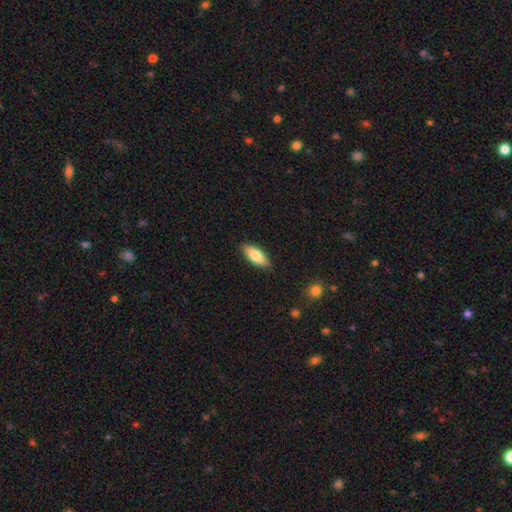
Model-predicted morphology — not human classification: smooth 77%, featured or disk 17%, star or artifact 6%. Down the decision tree: how rounded — in between (75%); merging — none (86%).